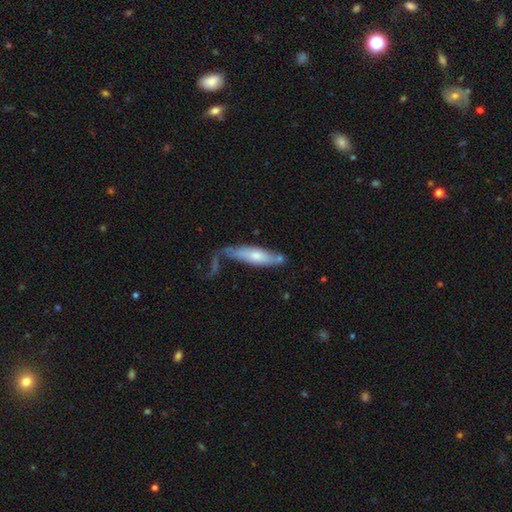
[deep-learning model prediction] smooth-or-featured: smooth: 57% | featured or disk: 38% | star or artifact: 6%
  how-rounded: cigar-shaped: 64% | in between: 35% | round: 2%
  merging: none: 42% | minor disturbance: 26% | merger: 18% | major disturbance: 15%